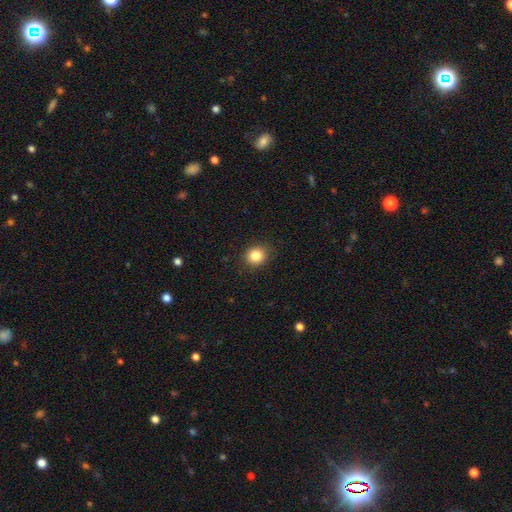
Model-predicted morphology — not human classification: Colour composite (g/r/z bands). It shows a smooth galaxy with no disk features (84%) that is round (81%). Merging: none (88%).